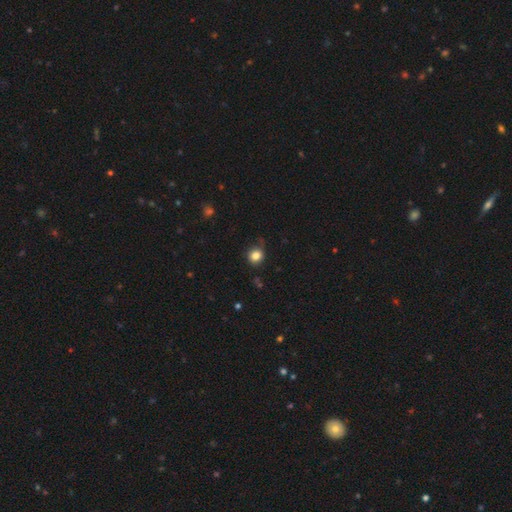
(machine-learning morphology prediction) Smooth or featured?
  - smooth: 83% *
  - star or artifact: 12%
  - featured or disk: 5%
How rounded?
  - round: 86% *
  - in between: 13%
  - cigar-shaped: 1%
Merging?
  - none: 80% *
  - minor disturbance: 15%
  - major disturbance: 3%
  - merger: 2%